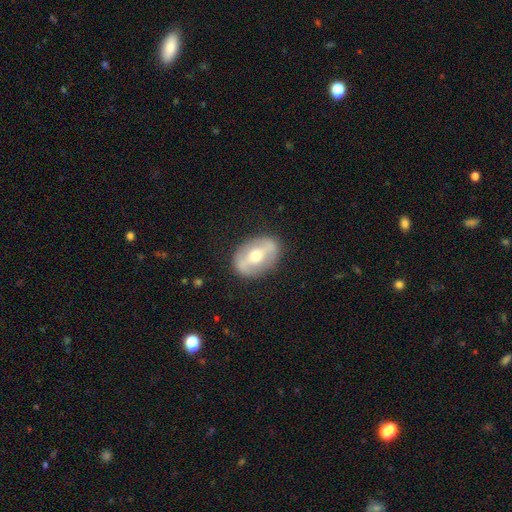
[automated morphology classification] This is likely a featured or disk galaxy (66%). It is clearly not viewed edge-on (88%). Bar: possibly strong (54%). Spiral arm pattern: likely no (63%). Central bulge: likely moderate (69%). Merging: clearly none (83%).